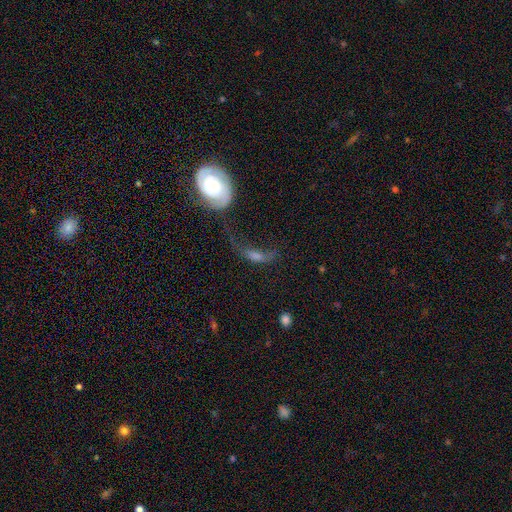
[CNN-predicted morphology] Smooth or featured? Predicted: smooth (p=0.43, tied with featured or disk). Merging? Predicted: major disturbance (p=0.43).